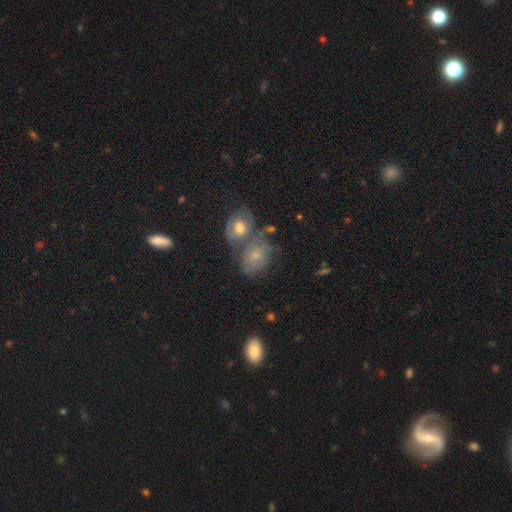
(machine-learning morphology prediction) This is possibly a smooth galaxy (59%). How rounded: possibly in between (54%). Merging: marginally merger (45%).